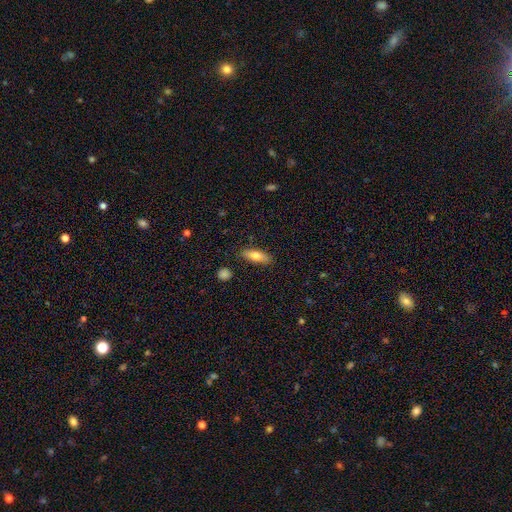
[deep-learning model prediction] smooth_or_featured: smooth (p=0.74) [alt: featured or disk p=0.20]
how_rounded: in between (p=0.65) [alt: cigar-shaped p=0.32]
merging: none (p=0.84) [alt: minor disturbance p=0.12]